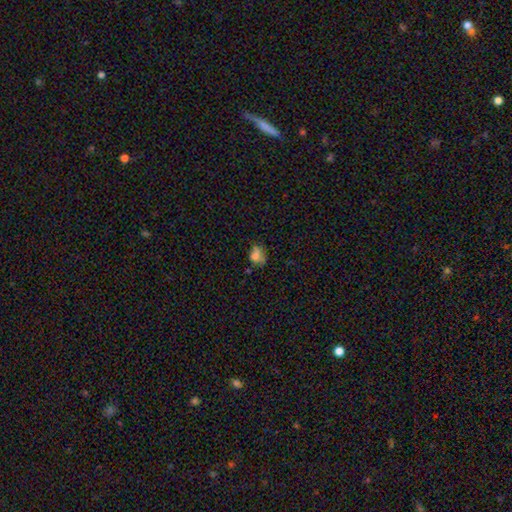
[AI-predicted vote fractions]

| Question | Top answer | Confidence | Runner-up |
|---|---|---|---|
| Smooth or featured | smooth | 67% | star or artifact (17%) |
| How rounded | in between | 59% | round (39%) |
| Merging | none | 45% | minor disturbance (28%) |